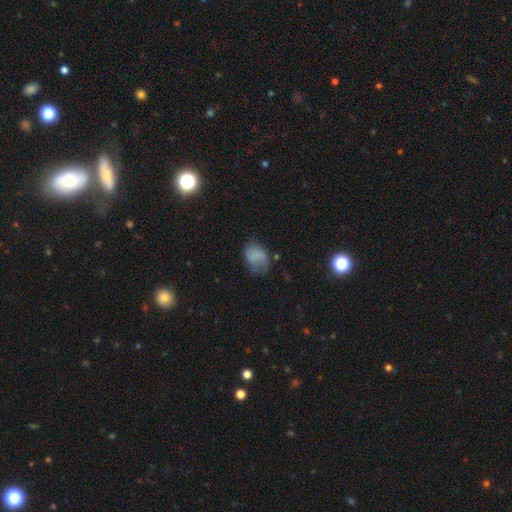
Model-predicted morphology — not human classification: A smooth galaxy with no disk features (72%) that is in between round and cigar-shaped (72%). Merging: none (49%).